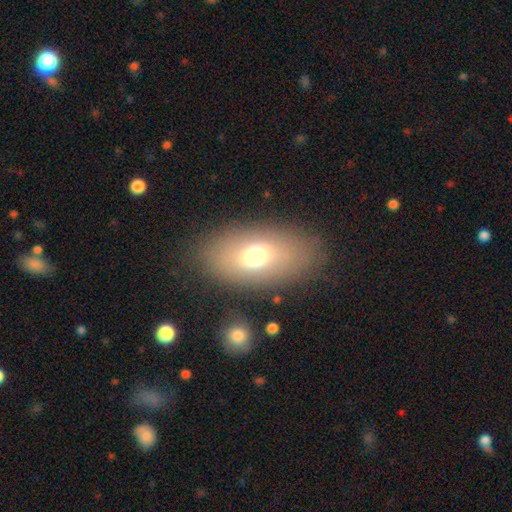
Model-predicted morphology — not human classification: This appears to be a smooth galaxy with no disk features (67%) that is in between round and cigar-shaped (90%). Merging: none (82%).